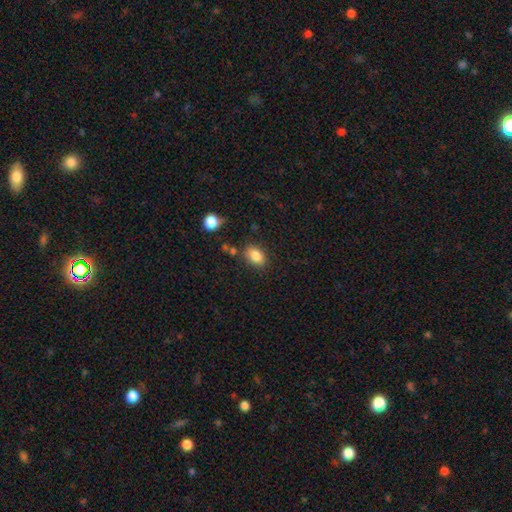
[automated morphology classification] The model was most divided on "how rounded": in between: 81%, round: 18%, cigar-shaped: 1%. More confident: smooth or featured — smooth (84%); merging — none (78%).